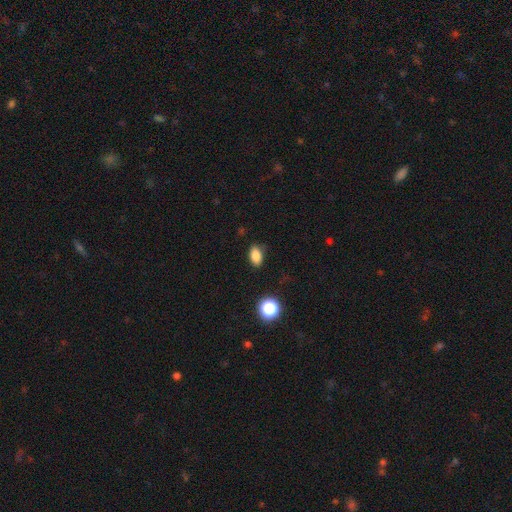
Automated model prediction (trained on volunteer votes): Overall: smooth (85%). How rounded: in between (88%). Merging: none (84%).